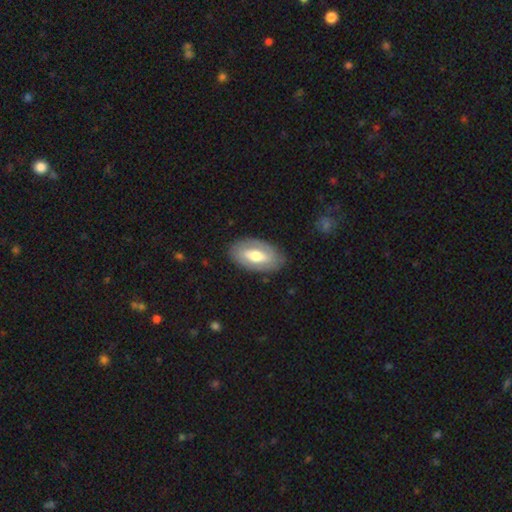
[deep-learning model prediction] Q: Smooth or featured?
A: featured or disk (49%); runner-up: smooth (46%)
Q: Merging?
A: none (84%); runner-up: minor disturbance (11%)